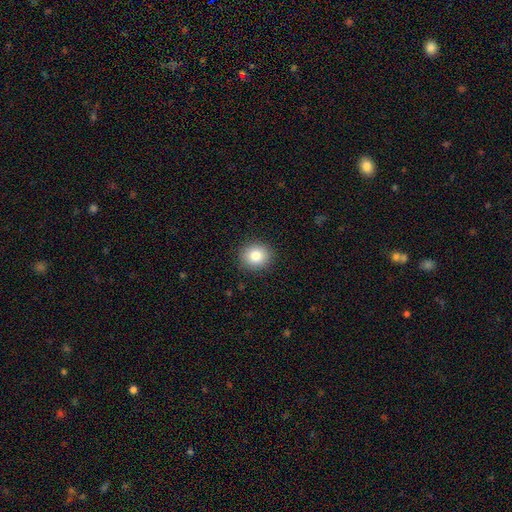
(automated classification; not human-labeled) This is clearly a smooth galaxy (83%). How rounded: clearly round (80%). Merging: clearly none (90%).